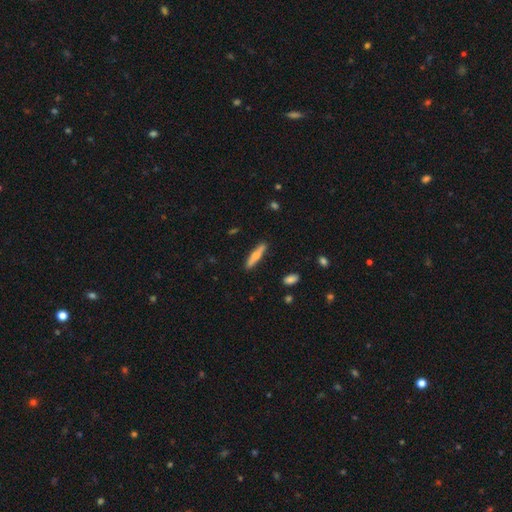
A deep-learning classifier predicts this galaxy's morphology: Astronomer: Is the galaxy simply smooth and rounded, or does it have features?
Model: smooth — 53% (runner-up: featured or disk, 41%).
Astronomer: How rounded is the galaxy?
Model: cigar-shaped — 85%.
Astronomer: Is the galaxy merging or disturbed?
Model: none — 88%.